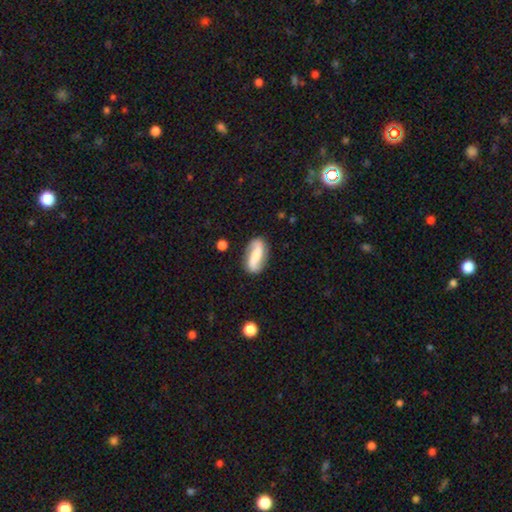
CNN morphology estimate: featured or disk 65%, smooth 28%, star or artifact 7%. Down the decision tree: edge-on disk — no (93%); bar — strong (44%); spiral arms — yes (92%); spiral arm count — 2 (91%); spiral winding — loose (67%); bulge size — none (34%); merging — none (80%).